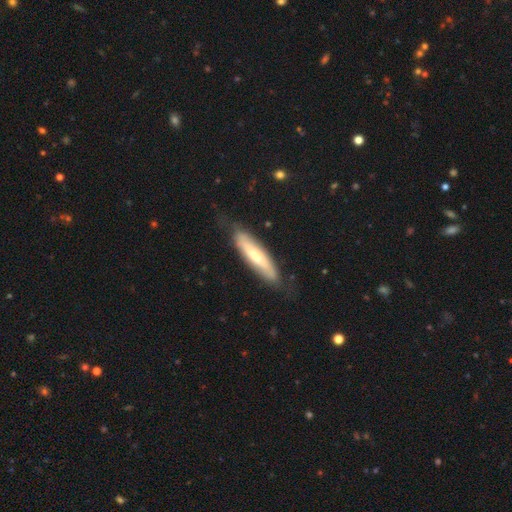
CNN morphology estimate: Smooth or featured?
  - smooth: 57% *
  - featured or disk: 38%
  - star or artifact: 5%
How rounded?
  - cigar-shaped: 73% *
  - in between: 25%
  - round: 1%
Merging?
  - none: 73% *
  - minor disturbance: 20%
  - major disturbance: 6%
  - merger: 1%